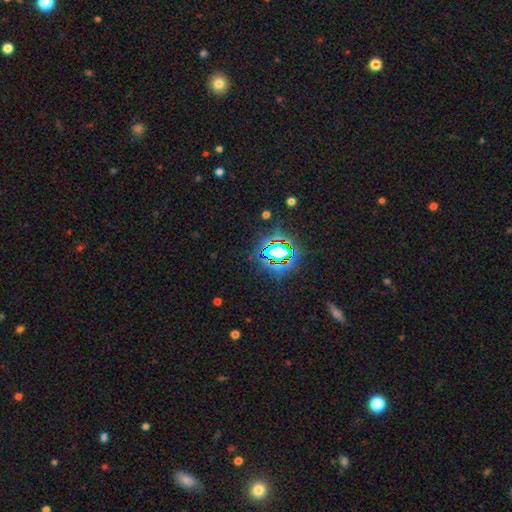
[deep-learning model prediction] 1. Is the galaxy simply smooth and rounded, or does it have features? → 79% star or artifact, 13% smooth, 8% featured or disk.